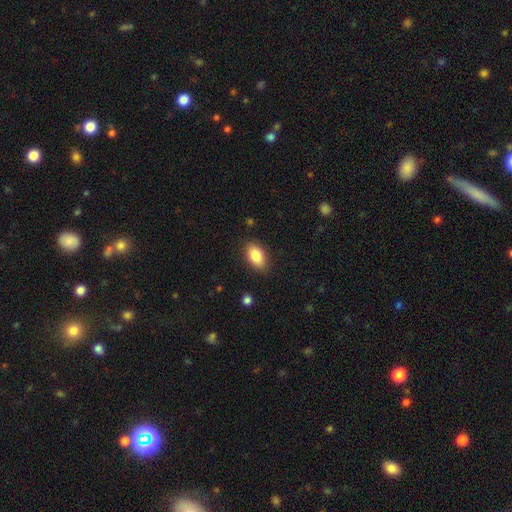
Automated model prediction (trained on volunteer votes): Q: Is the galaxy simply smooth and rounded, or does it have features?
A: smooth — 84%.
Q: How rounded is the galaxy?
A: in between — 91%.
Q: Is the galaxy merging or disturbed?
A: none — 86%.